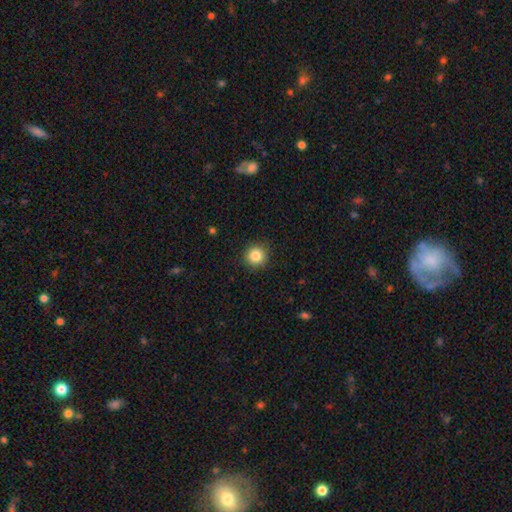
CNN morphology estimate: The model was most divided on "smooth or featured": smooth: 85%, star or artifact: 10%, featured or disk: 5%. More confident: how rounded — round (94%); merging — none (91%).